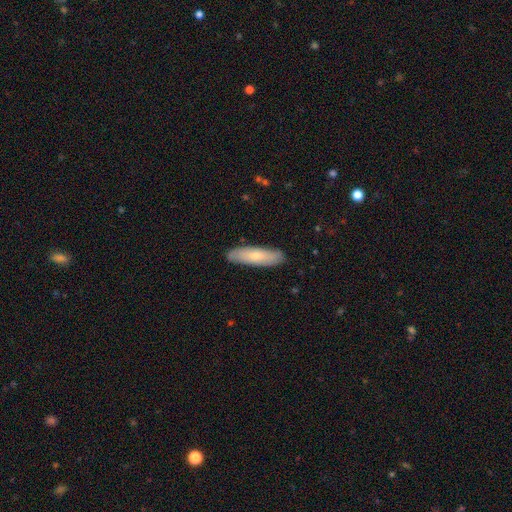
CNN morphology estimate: smooth 63%, featured or disk 31%, star or artifact 6%. Down the decision tree: how rounded — cigar-shaped (69%); merging — none (89%).